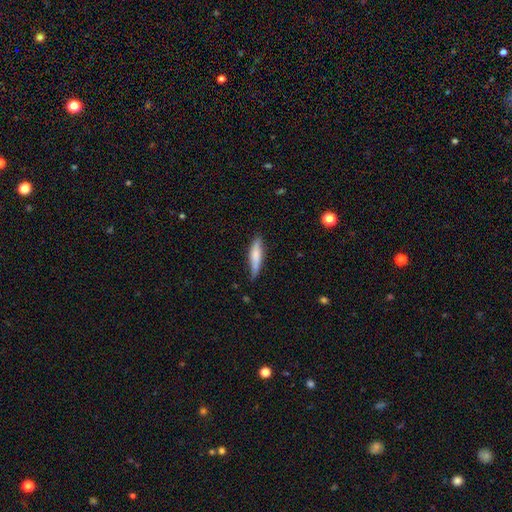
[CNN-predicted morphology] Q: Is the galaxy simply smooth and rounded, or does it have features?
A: smooth — 66%.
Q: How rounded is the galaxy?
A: cigar-shaped — 77%.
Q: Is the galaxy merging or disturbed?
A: none — 66%.